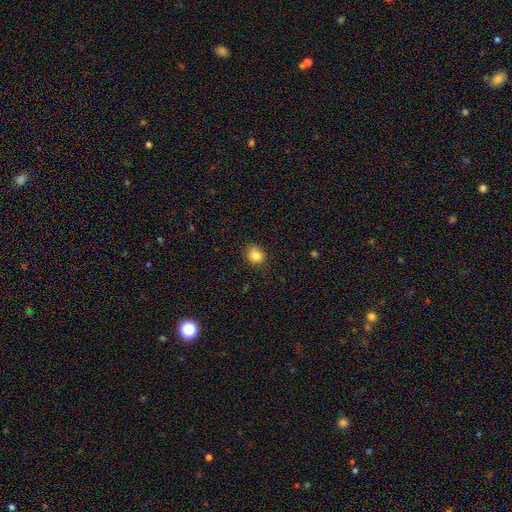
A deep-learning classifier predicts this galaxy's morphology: smooth-or-featured: smooth: 83% | star or artifact: 11% | featured or disk: 6%
  how-rounded: round: 75% | in between: 25% | cigar-shaped: 1%
  merging: none: 82% | minor disturbance: 14% | major disturbance: 3% | merger: 1%